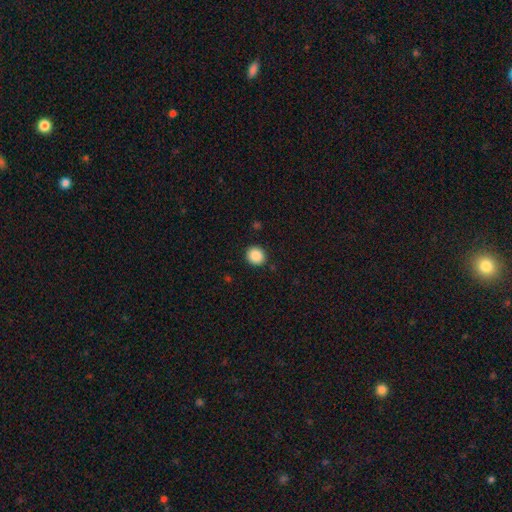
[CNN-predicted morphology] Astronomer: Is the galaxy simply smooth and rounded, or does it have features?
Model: smooth — 88%.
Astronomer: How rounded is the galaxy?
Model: round — 84%.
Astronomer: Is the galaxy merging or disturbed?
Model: none — 91%.